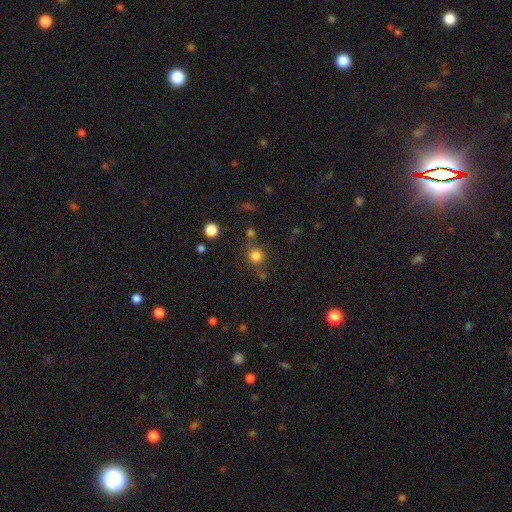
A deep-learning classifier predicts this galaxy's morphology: Smooth or featured: smooth — 80% (star or artifact — 14%)
How rounded: round — 89% (in between — 10%)
Merging: none — 70% (merger — 13%)